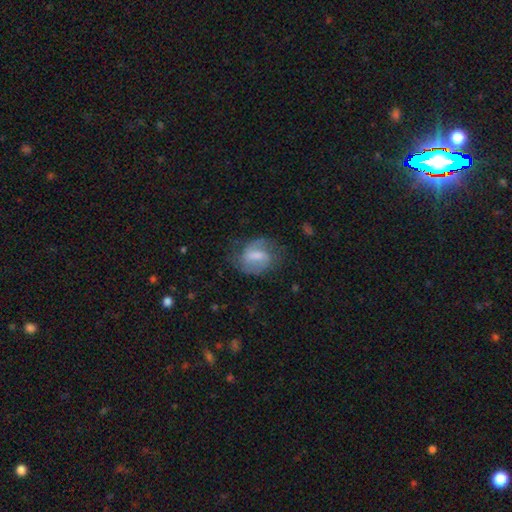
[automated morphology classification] smooth-or-featured: featured or disk: 60% | smooth: 32% | star or artifact: 8%
  disk-edge-on: no: 96% | yes: 4%
    bar: weak: 50% | strong: 33% | no: 17%
    has-spiral-arms: yes: 82% | no: 18%
    bulge-size: moderate: 35% | small: 29% | none: 23% | large: 12% | dominant: 2%
  merging: none: 59% | minor disturbance: 23% | major disturbance: 16% | merger: 2%